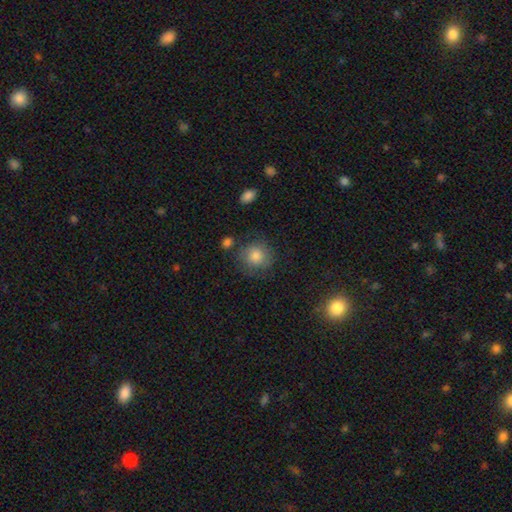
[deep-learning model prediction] This is clearly a smooth galaxy (80%). How rounded: clearly round (86%). Merging: likely none (74%).